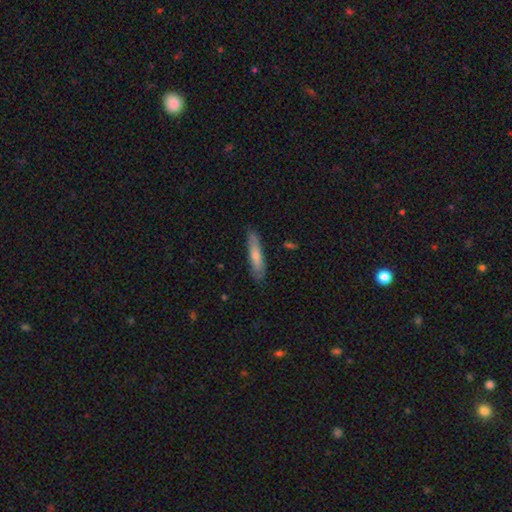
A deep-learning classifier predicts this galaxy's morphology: type=smooth (64%); roundness=cigar-shaped (86%); merging=none (83%).